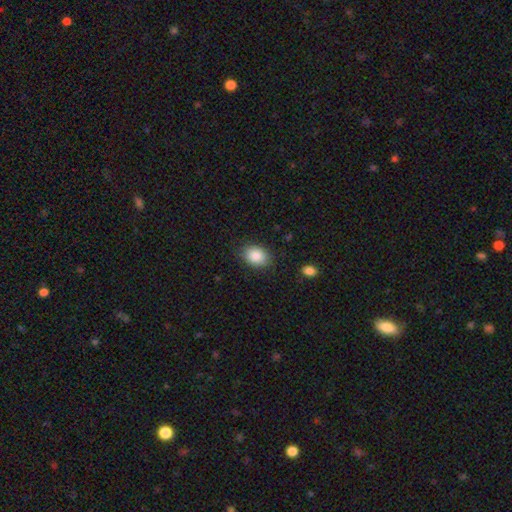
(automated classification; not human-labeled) This appears to be a smooth galaxy with no disk features (87%) that is in between round and cigar-shaped (72%). Merging: none (84%).